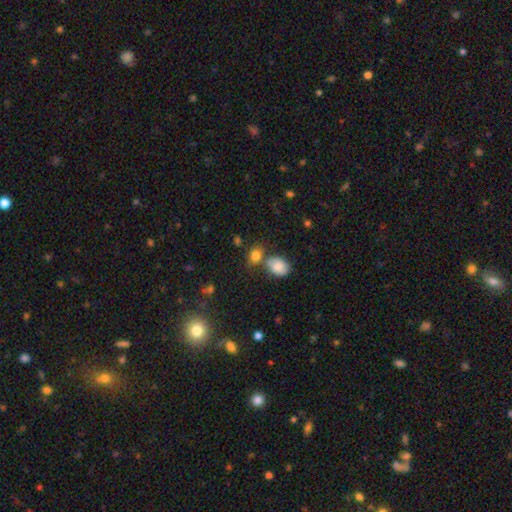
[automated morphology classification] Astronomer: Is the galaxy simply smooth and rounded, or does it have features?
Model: smooth — 82%.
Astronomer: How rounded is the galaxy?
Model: in between — 54% (runner-up: round, 44%).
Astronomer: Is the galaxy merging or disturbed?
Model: none — 56%.